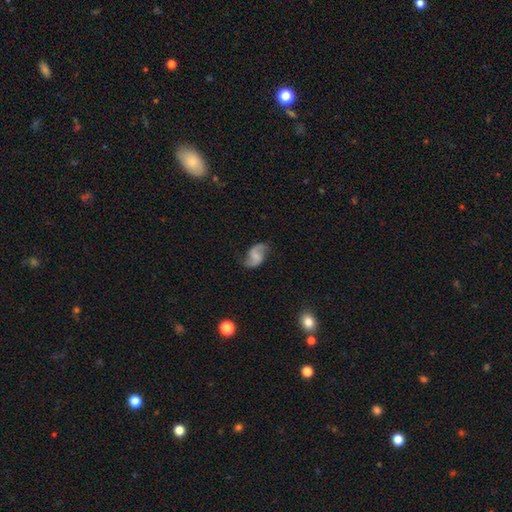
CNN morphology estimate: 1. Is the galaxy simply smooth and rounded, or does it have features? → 78% featured or disk, 15% smooth, 7% star or artifact.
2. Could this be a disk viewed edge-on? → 98% no, 2% yes.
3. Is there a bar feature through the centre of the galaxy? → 45% weak, 40% no, 15% strong.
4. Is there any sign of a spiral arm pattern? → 95% yes, 5% no.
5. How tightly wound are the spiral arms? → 63% loose, 30% medium, 8% tight.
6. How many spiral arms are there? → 92% 2, 3% can't tell, 2% 1, 1% 3, 1% 4, 1% more than 4.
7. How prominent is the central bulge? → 48% none, 28% small, 17% moderate, 4% large, 1% dominant.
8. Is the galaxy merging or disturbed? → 71% none, 19% minor disturbance, 8% major disturbance, 2% merger.